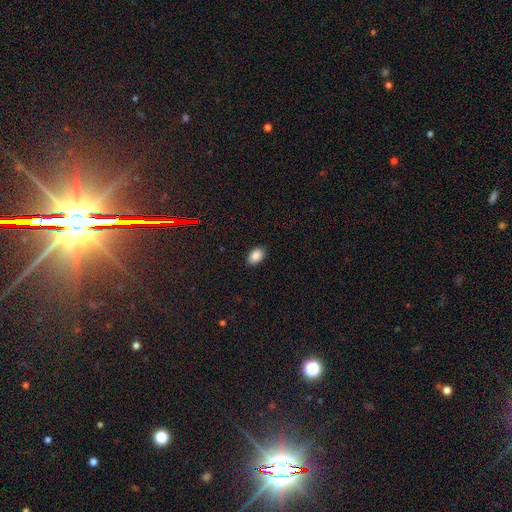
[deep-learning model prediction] This is clearly a smooth galaxy (87%). How rounded: clearly in between (89%). Merging: clearly none (88%).